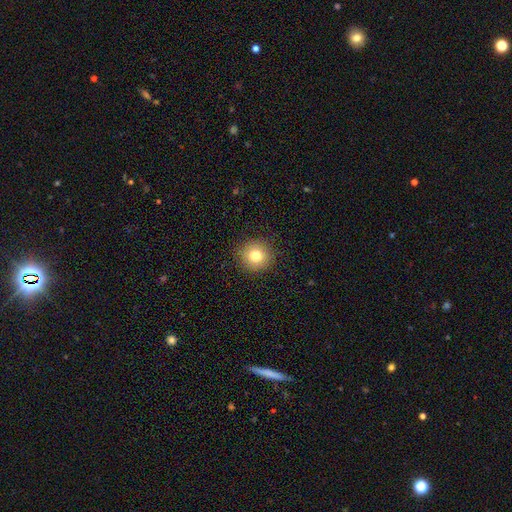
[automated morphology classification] Smooth or featured?
  - smooth: 79% *
  - star or artifact: 11%
  - featured or disk: 10%
How rounded?
  - round: 93% *
  - in between: 6%
  - cigar-shaped: 1%
Merging?
  - none: 90% *
  - minor disturbance: 7%
  - major disturbance: 2%
  - merger: 1%